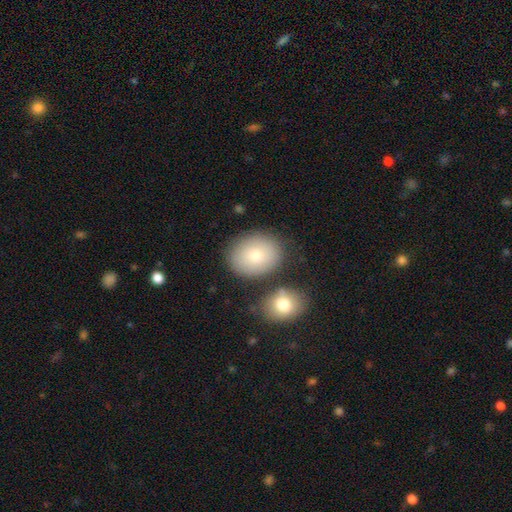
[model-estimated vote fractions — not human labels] This appears to be a smooth galaxy with no disk features (80%) that is in between round and cigar-shaped (58%). Merging: none (74%).